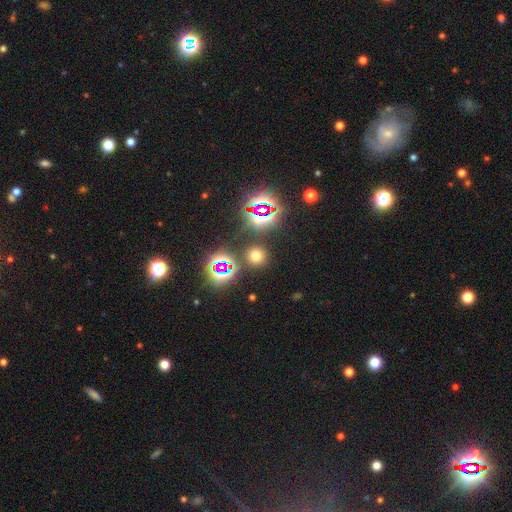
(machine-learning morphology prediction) Overall: smooth (58%; star or artifact 36%). How rounded: round (91%). Merging: none (85%).